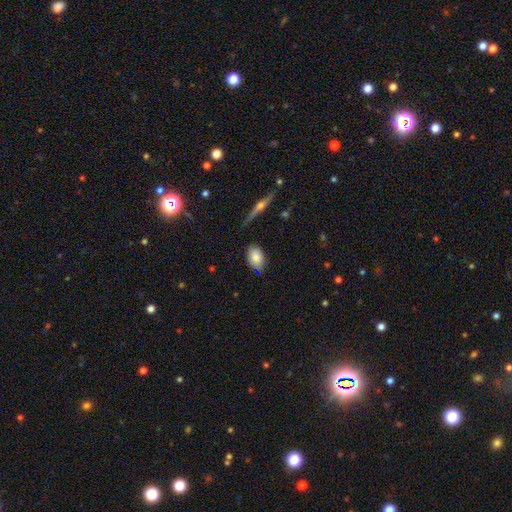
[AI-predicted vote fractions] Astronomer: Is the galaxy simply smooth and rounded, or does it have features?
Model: smooth — 83%.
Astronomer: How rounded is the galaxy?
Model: in between — 79%.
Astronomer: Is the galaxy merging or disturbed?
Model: none — 79%.